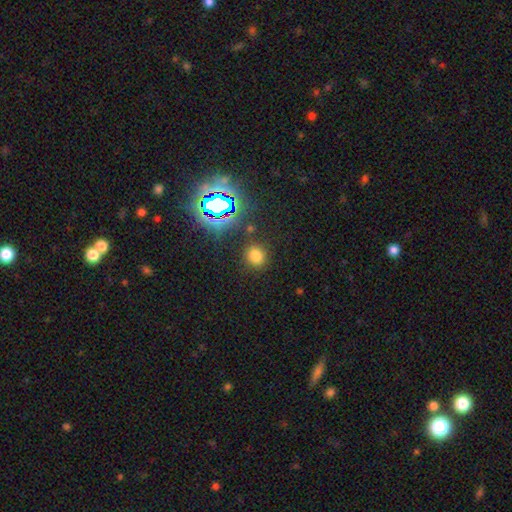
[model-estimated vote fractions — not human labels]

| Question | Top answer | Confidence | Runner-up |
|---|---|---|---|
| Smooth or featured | smooth | 70% | star or artifact (23%) |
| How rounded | round | 72% | in between (27%) |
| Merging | none | 85% | minor disturbance (9%) |